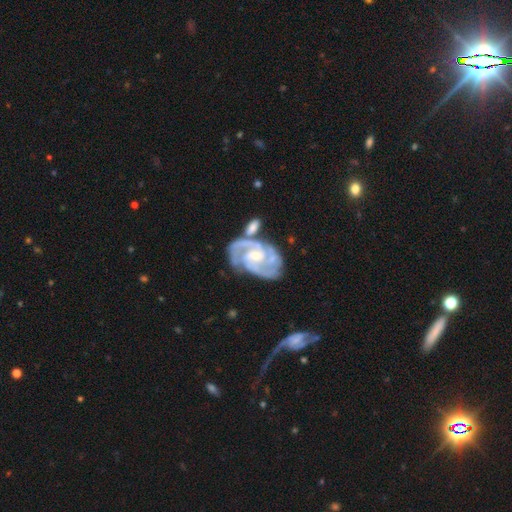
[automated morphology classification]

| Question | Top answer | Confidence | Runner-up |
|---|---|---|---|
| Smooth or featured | featured or disk | 90% | smooth (5%) |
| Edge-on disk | no | 97% | yes (3%) |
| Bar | no | 45% | weak (42%) |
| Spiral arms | yes | 98% | no (2%) |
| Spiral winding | tight | 52% | medium (41%) |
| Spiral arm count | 2 | 43% | 3 (31%) |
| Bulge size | small | 52% | moderate (40%) |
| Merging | none | 54% | minor disturbance (20%) |